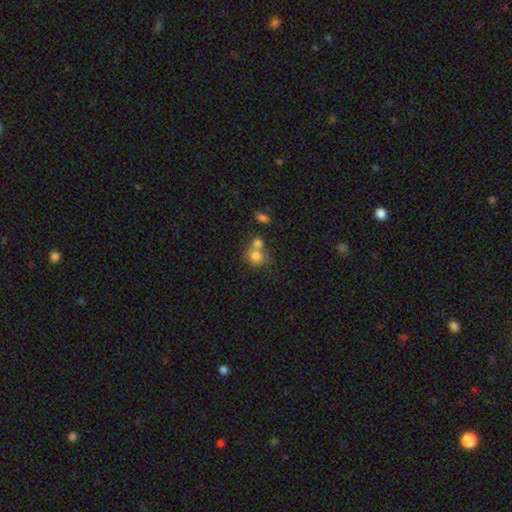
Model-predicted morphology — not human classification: A smooth galaxy with no disk features (78%) that is round (76%).

Vote fractions:
- Smooth or featured? smooth: 78% / featured or disk: 12% / star or artifact: 11%
- How rounded? round: 76% / in between: 23% / cigar-shaped: 1%
- Merging? merger: 50% / none: 37% / minor disturbance: 9% / major disturbance: 4%